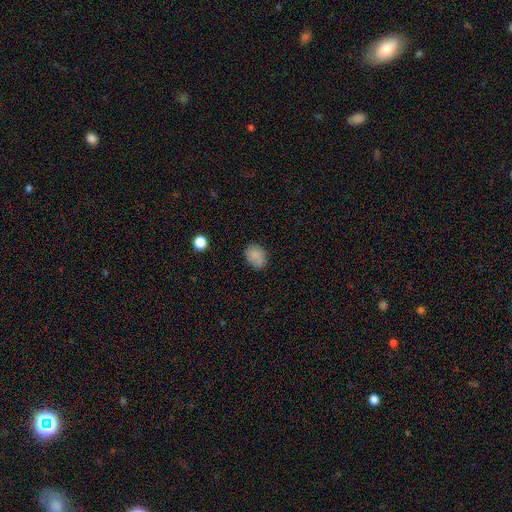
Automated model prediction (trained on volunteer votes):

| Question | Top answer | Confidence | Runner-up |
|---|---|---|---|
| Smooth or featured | smooth | 83% | star or artifact (10%) |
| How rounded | in between | 51% | round (48%) |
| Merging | none | 77% | minor disturbance (17%) |